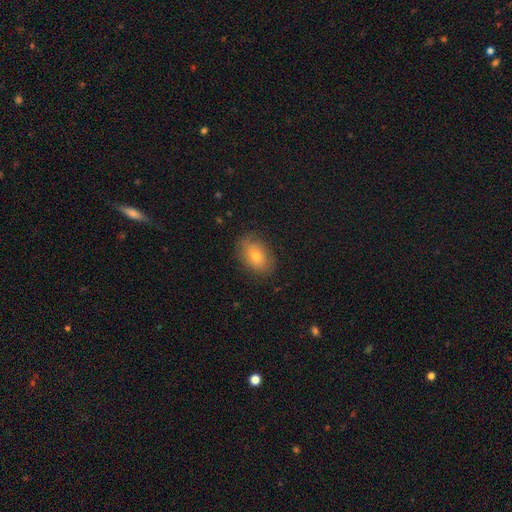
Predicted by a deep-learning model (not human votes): Smooth or featured: smooth — 70% (featured or disk — 20%)
How rounded: in between — 83% (round — 15%)
Merging: none — 82% (minor disturbance — 14%)